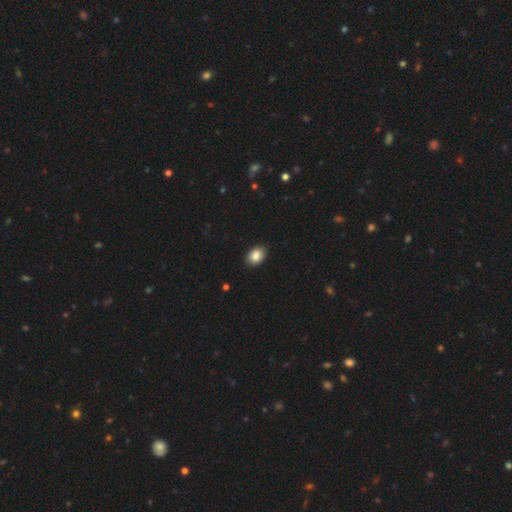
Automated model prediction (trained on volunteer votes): A smooth galaxy with no disk features (87%) that is in between round and cigar-shaped (77%).

Vote fractions:
- Smooth or featured? smooth: 87% / star or artifact: 8% / featured or disk: 5%
- How rounded? in between: 77% / round: 22% / cigar-shaped: 1%
- Merging? none: 89% / minor disturbance: 8% / major disturbance: 2% / merger: 1%